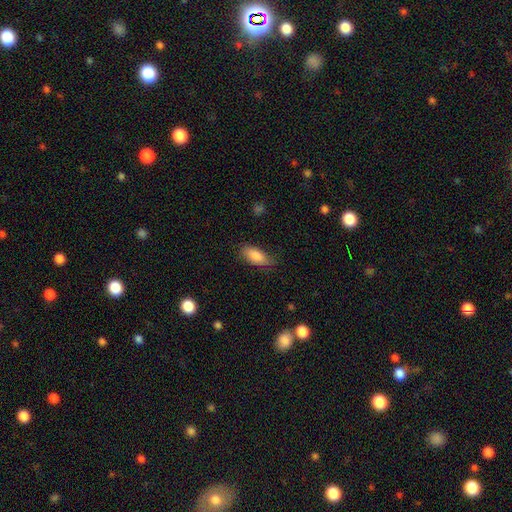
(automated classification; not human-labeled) A smooth galaxy with no disk features (85%) that is in between round and cigar-shaped (86%). Merging: none (76%).